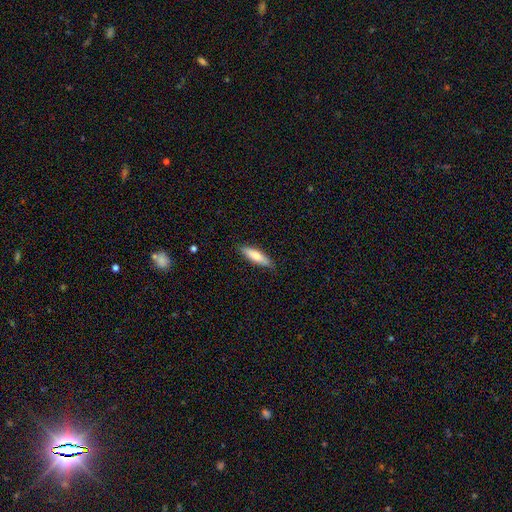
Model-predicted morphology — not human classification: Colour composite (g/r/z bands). It shows a smooth galaxy with no disk features (71%) that is cigar-shaped (69%). Merging: none (86%).